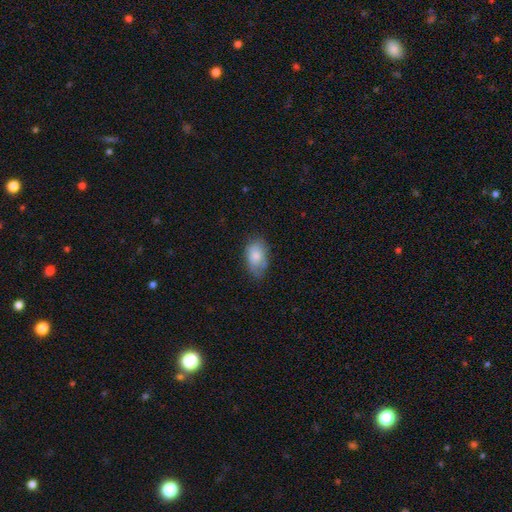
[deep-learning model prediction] Overall: smooth (76%). How rounded: in between (90%). Merging: none (59%; minor disturbance 31%).